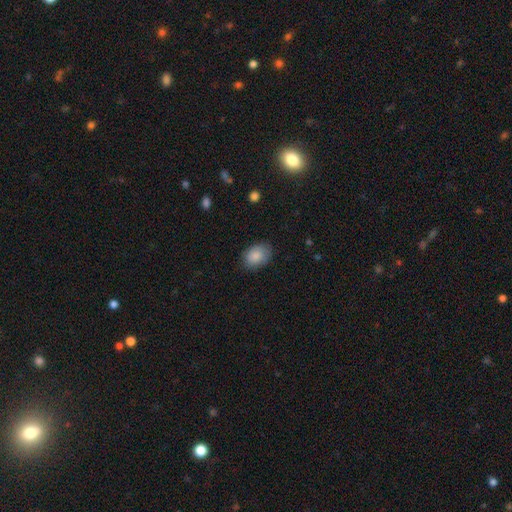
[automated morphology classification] smooth_or_featured: smooth (p=0.87) [alt: star or artifact p=0.07]
how_rounded: in between (p=0.78) [alt: round p=0.21]
merging: none (p=0.81) [alt: minor disturbance p=0.15]